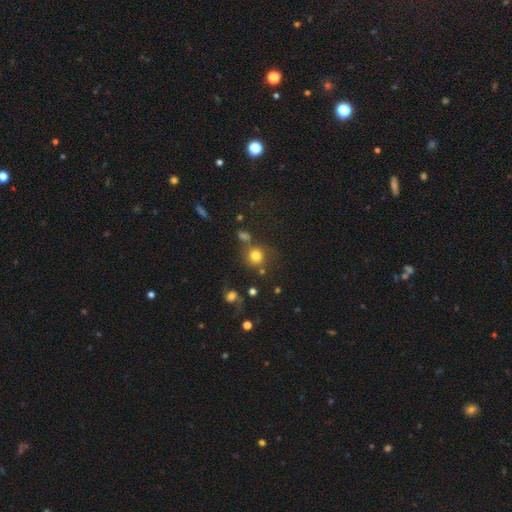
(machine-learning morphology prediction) smooth 77%, star or artifact 14%, featured or disk 9%. Down the decision tree: how rounded — round (87%); merging — none (67%).